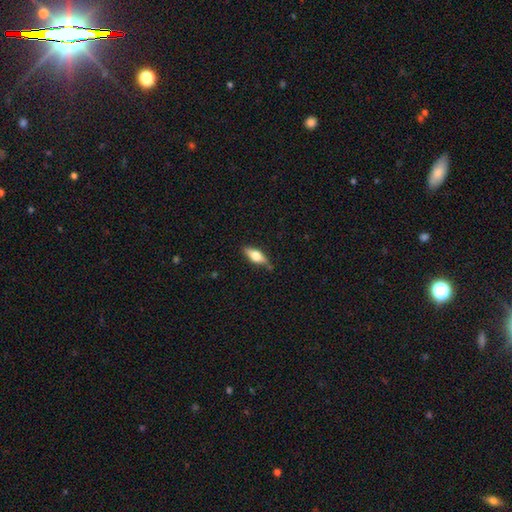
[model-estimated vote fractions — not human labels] Q: Smooth or featured?
A: smooth (56%); runner-up: featured or disk (38%)
Q: How rounded?
A: in between (64%); runner-up: cigar-shaped (33%)
Q: Merging?
A: none (77%); runner-up: minor disturbance (18%)